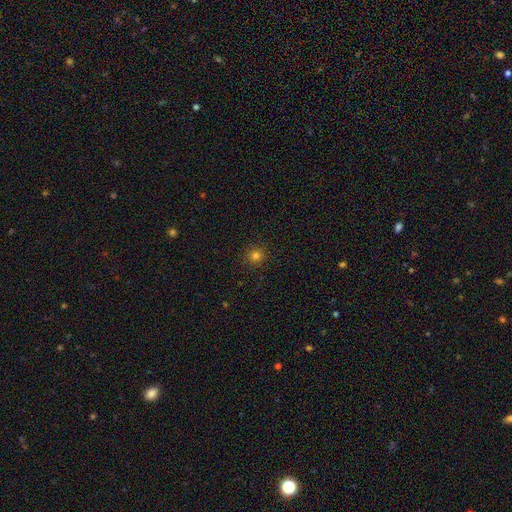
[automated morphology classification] smooth 79%, star or artifact 16%, featured or disk 5%. Down the decision tree: how rounded — round (91%); merging — none (90%).